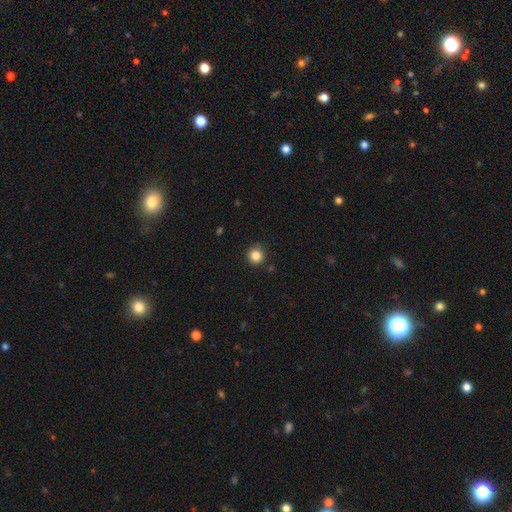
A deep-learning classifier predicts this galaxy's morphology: This appears to be a smooth galaxy with no disk features (85%) that is round (94%). Merging: none (87%).